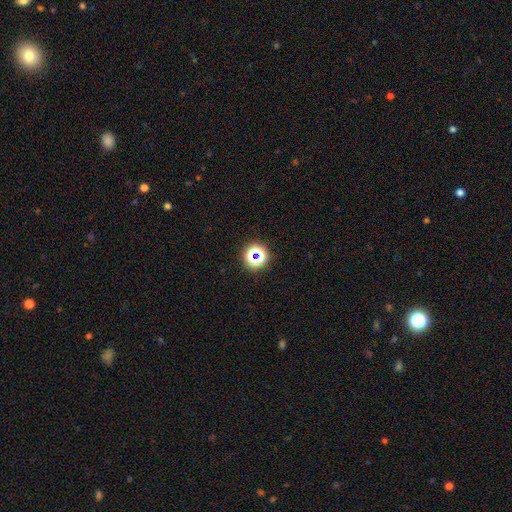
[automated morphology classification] type=star or artifact (55%).